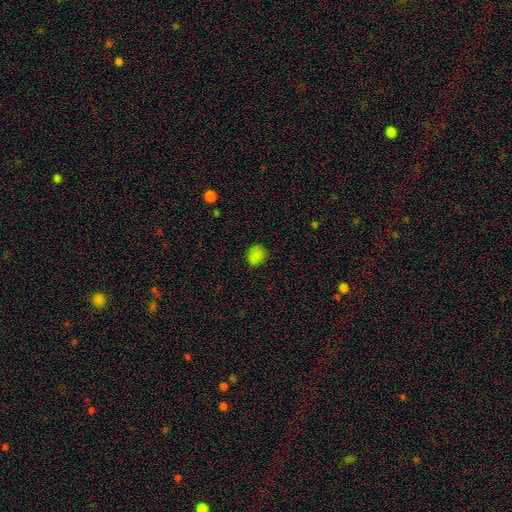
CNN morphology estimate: Smooth or featured: smooth — 82% (star or artifact — 14%)
How rounded: round — 57% (in between — 42%)
Merging: none — 80% (minor disturbance — 15%)